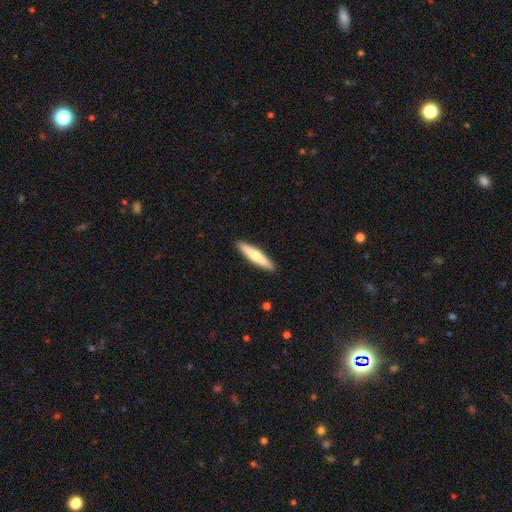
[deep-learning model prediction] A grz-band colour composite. It shows a smooth galaxy with no disk features (60%) that is cigar-shaped (88%). Merging: none (91%).